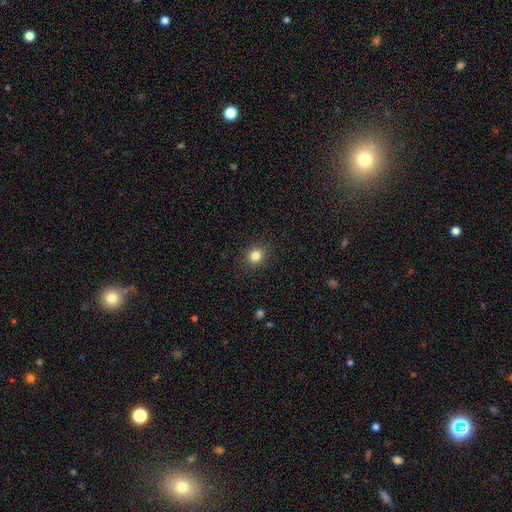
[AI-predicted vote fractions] smooth-or-featured: smooth: 83% | star or artifact: 12% | featured or disk: 5%
  how-rounded: round: 81% | in between: 19% | cigar-shaped: 1%
  merging: none: 90% | minor disturbance: 6% | major disturbance: 2% | merger: 1%